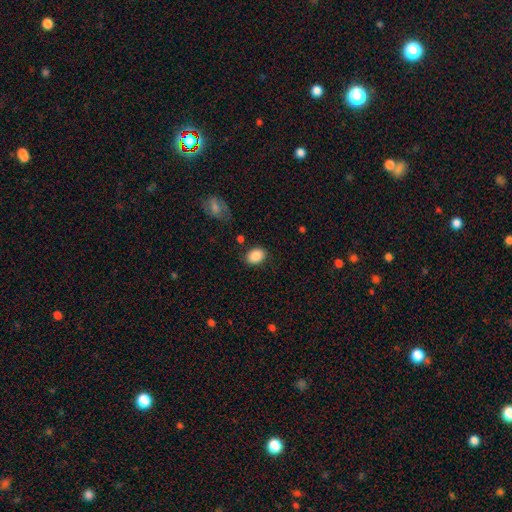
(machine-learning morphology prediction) A smooth galaxy with no disk features (87%) that is in between round and cigar-shaped (71%). Merging: none (82%).